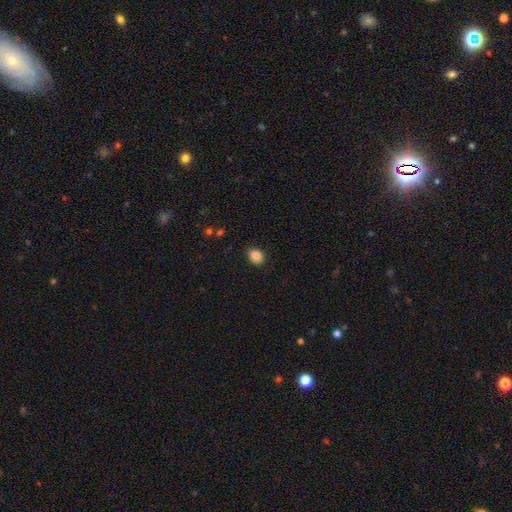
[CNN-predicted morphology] The model was most divided on "how rounded": in between: 53%, round: 46%, cigar-shaped: 1%. More confident: merging — none (89%); smooth or featured — smooth (86%).